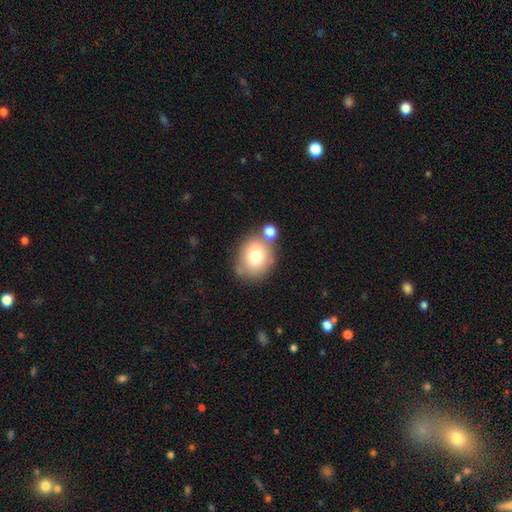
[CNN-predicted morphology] This is likely a smooth galaxy (71%). How rounded: possibly round (60%). Merging: possibly none (50%).